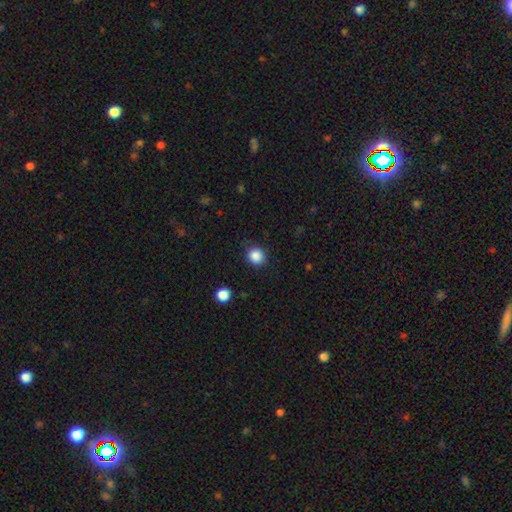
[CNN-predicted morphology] Smooth or featured? smooth (86%)
How rounded? round (85%)
Merging? none (85%)